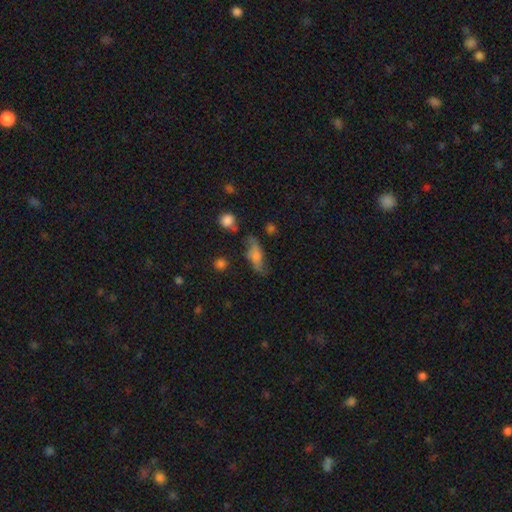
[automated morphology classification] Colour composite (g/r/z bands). It shows a smooth galaxy with no disk features (56%) that is in between round and cigar-shaped (65%). Merging: none (56%).